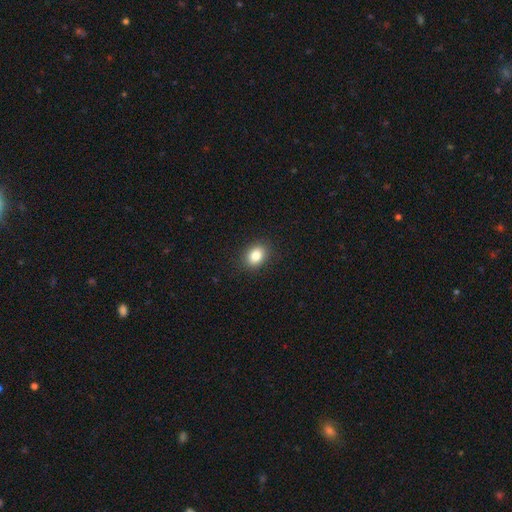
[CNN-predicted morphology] A smooth galaxy with no disk features (84%) that is in between round and cigar-shaped (62%). Merging: none (89%).